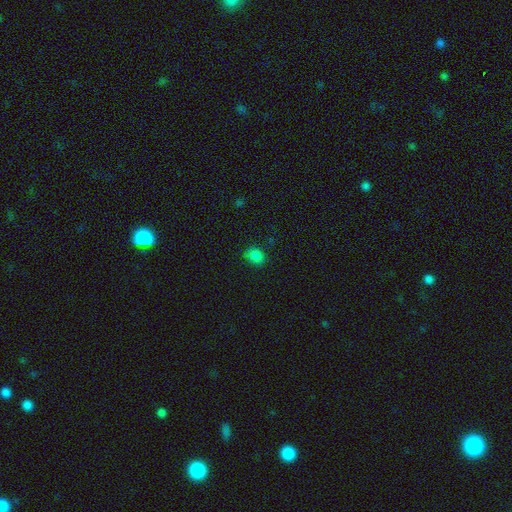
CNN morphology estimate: Q: Smooth or featured?
A: smooth (82%); runner-up: star or artifact (14%)
Q: How rounded?
A: in between (53%); runner-up: round (46%)
Q: Merging?
A: none (80%); runner-up: minor disturbance (15%)